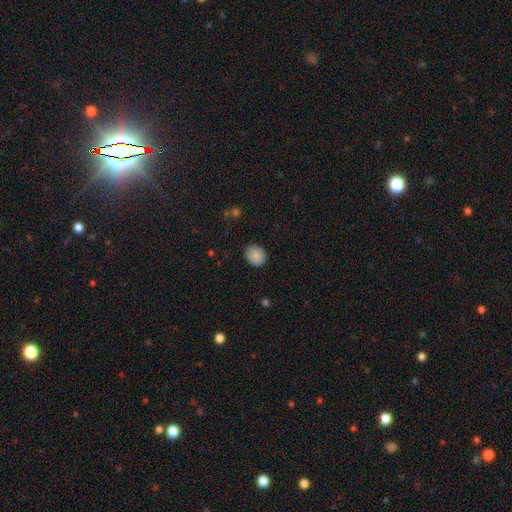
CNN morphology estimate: Smooth or featured? Predicted: smooth (p=0.88). How rounded? Predicted: round (p=0.76). Merging? Predicted: none (p=0.88).